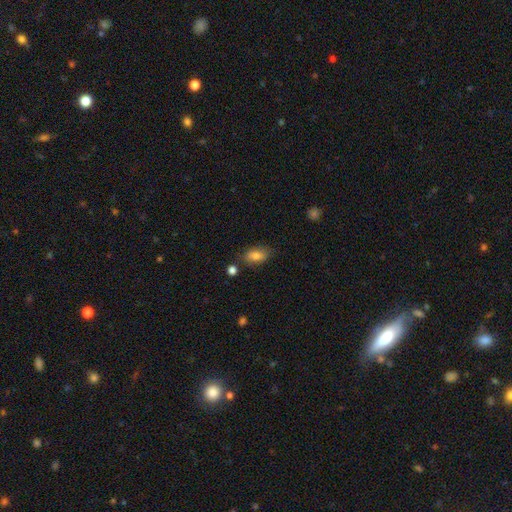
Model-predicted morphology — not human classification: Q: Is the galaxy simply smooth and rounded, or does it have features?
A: smooth — 80%.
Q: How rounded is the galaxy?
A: in between — 88%.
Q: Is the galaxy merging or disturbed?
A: none — 75%.